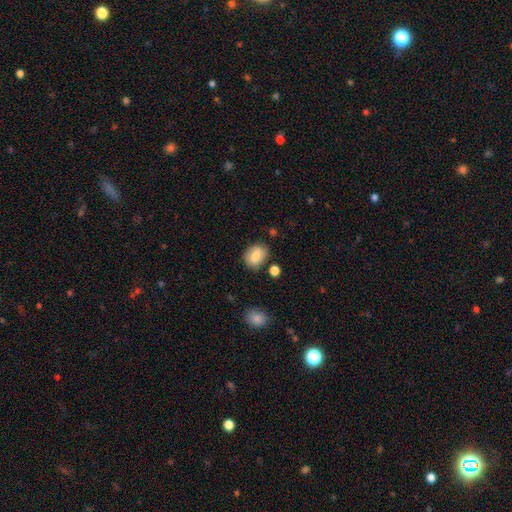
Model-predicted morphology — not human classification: Smooth or featured? Predicted: smooth (p=0.77). How rounded? Predicted: in between (p=0.71). Merging? Predicted: none (p=0.75).